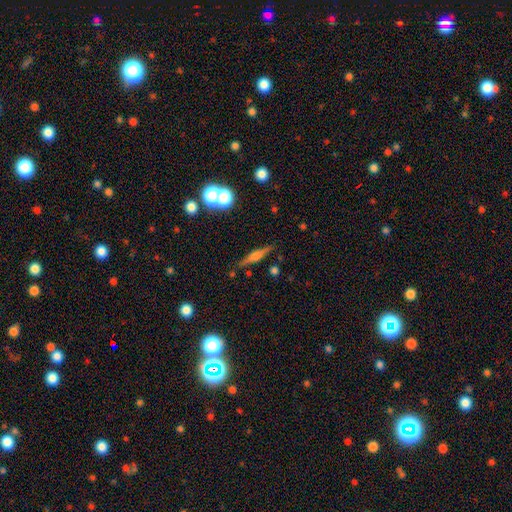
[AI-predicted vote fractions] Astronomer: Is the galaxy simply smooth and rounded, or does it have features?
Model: featured or disk — 62%.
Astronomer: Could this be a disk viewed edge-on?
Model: yes — 95%.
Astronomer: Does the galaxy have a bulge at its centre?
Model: rounded — 79%.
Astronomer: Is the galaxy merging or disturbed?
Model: none — 85%.